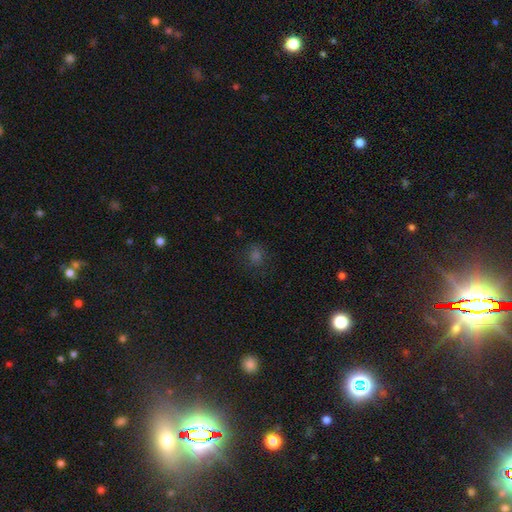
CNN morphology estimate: This is possibly a smooth galaxy (59%). How rounded: clearly round (81%). Merging: clearly none (81%).